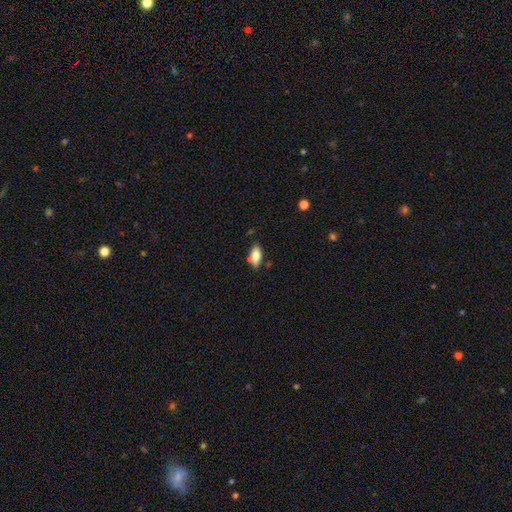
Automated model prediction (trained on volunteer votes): smooth-or-featured: smooth: 75% | featured or disk: 18% | star or artifact: 7%
  how-rounded: in between: 83% | cigar-shaped: 14% | round: 3%
  merging: none: 70% | minor disturbance: 18% | merger: 8% | major disturbance: 4%